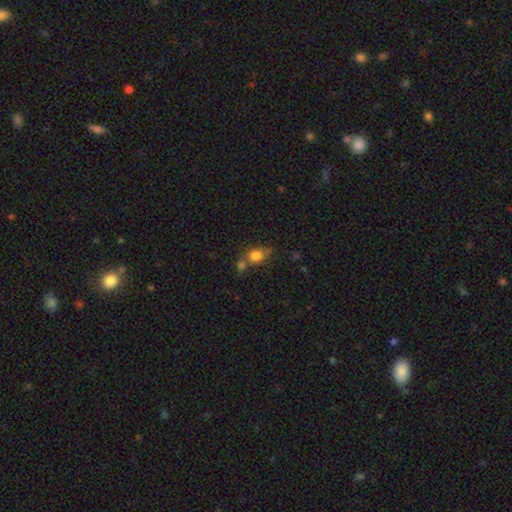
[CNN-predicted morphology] This is likely a smooth galaxy (78%). How rounded: likely in between (60%). Merging: marginally none (41%).